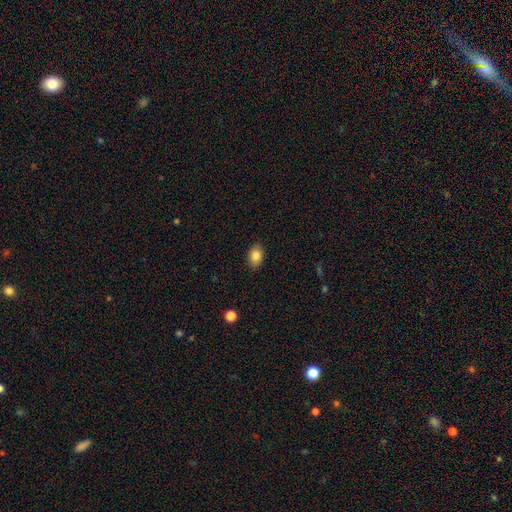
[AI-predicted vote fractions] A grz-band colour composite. It shows a smooth galaxy with no disk features (84%) that is in between round and cigar-shaped (83%). Merging: none (88%).